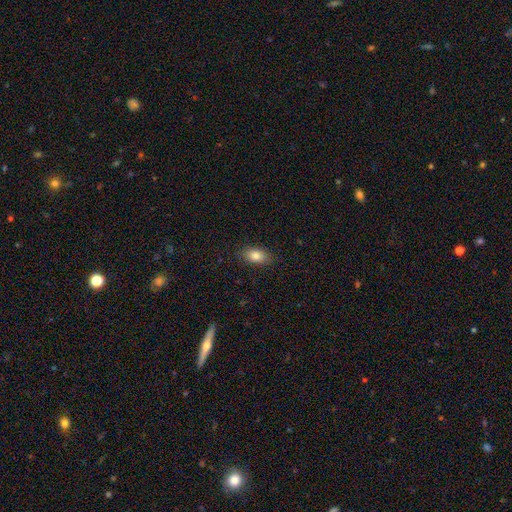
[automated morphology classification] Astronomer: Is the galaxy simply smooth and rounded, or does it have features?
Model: smooth — 84%.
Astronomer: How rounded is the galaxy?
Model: in between — 88%.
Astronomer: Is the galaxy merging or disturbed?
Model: none — 87%.